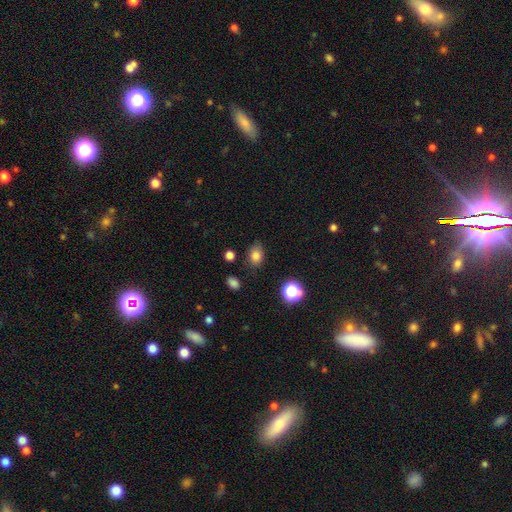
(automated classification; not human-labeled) This appears to be a smooth galaxy with no disk features (80%) that is in between round and cigar-shaped (70%). Merging: none (78%).